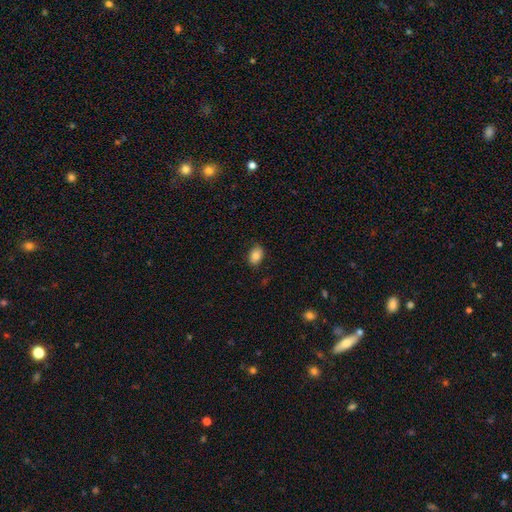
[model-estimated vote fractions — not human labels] This is clearly a smooth galaxy (84%). How rounded: clearly in between (83%). Merging: clearly none (85%).